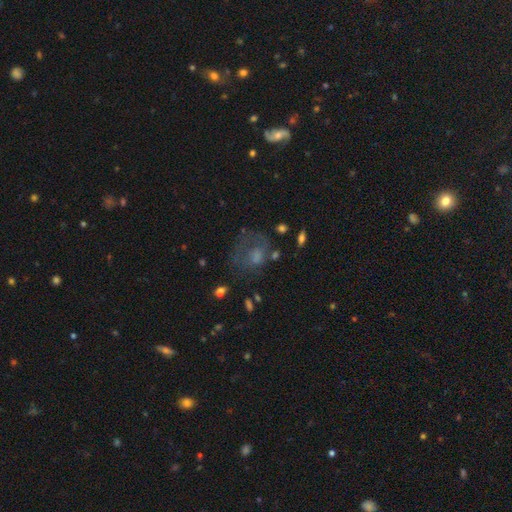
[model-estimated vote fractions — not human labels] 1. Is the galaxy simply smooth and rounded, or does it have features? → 48% smooth, 34% featured or disk, 18% star or artifact.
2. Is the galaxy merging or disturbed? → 38% none, 36% major disturbance, 21% minor disturbance, 5% merger.